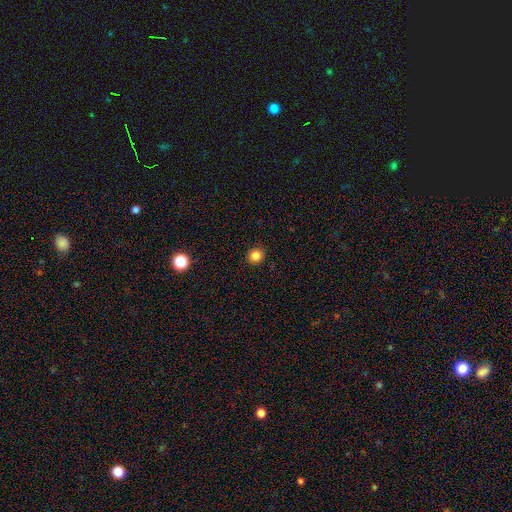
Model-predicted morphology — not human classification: smooth 84%, star or artifact 12%, featured or disk 4%. Down the decision tree: how rounded — round (91%); merging — none (91%).